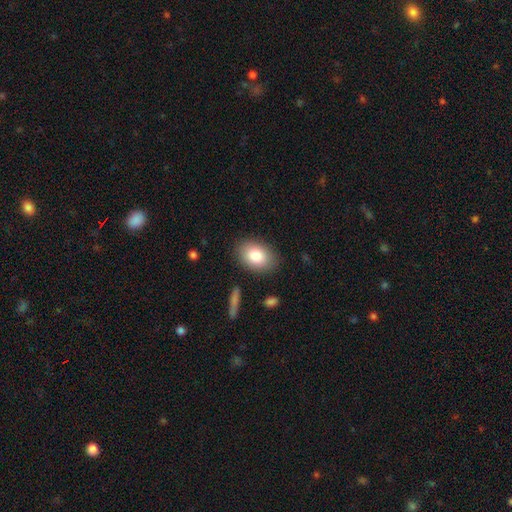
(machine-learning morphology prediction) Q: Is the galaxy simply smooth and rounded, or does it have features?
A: smooth — 83%.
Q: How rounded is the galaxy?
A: in between — 82%.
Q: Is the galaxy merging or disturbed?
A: none — 85%.